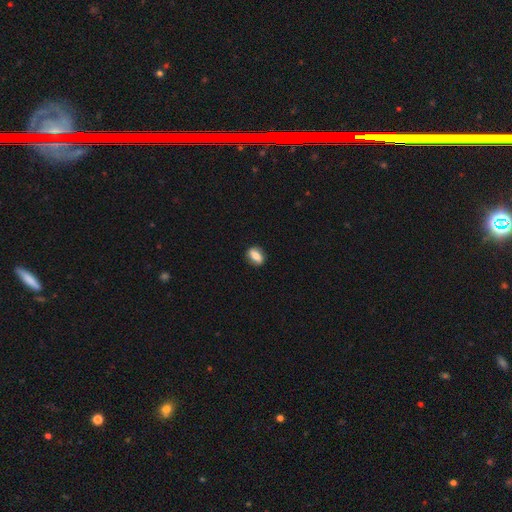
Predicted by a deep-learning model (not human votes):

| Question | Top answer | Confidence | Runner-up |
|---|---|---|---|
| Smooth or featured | smooth | 66% | featured or disk (26%) |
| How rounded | in between | 73% | round (20%) |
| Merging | none | 86% | minor disturbance (10%) |